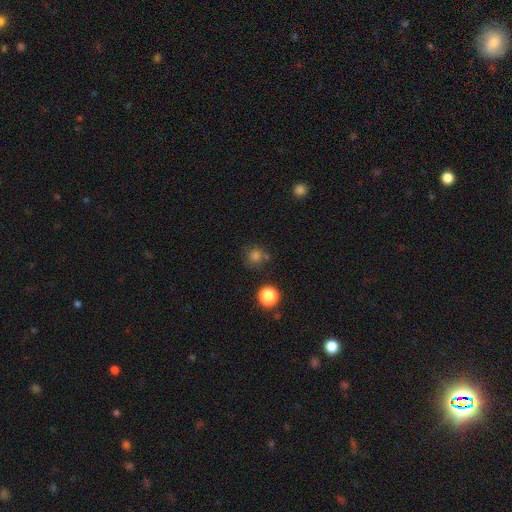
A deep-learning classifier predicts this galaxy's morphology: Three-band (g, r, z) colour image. It shows a smooth galaxy with no disk features (74%) that is round (89%). Merging: none (73%).